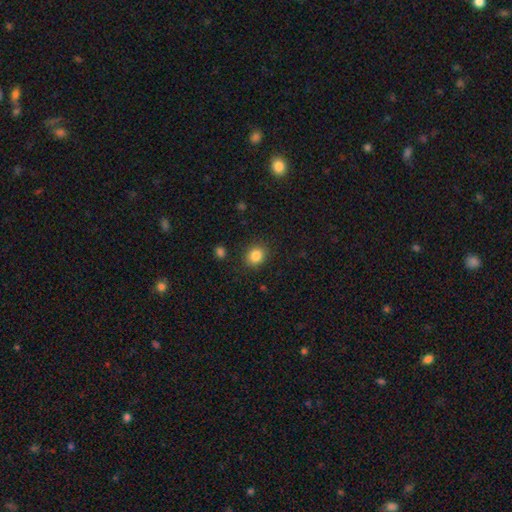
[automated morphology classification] type=smooth (85%); roundness=round (71%); merging=none (87%).